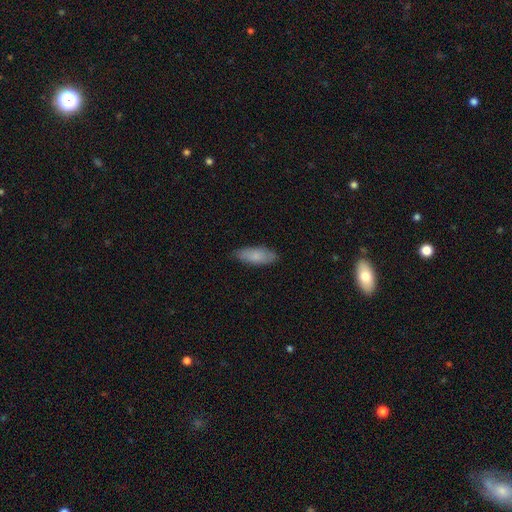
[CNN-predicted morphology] This appears to be a smooth galaxy with no disk features (83%) that is in between round and cigar-shaped (72%). Merging: none (83%).